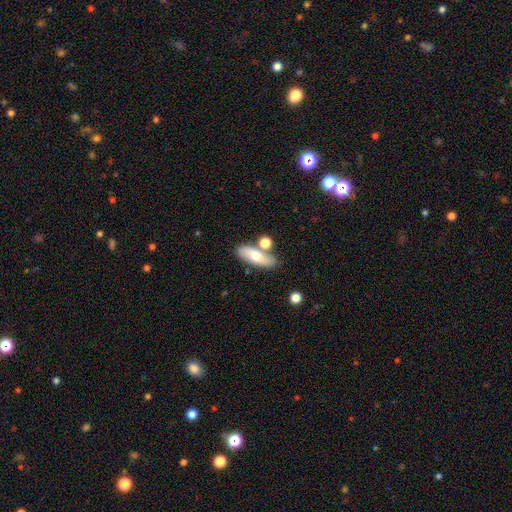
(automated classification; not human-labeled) Smooth or featured: smooth — 61% (featured or disk — 32%)
How rounded: in between — 68% (cigar-shaped — 27%)
Merging: none — 68% (merger — 15%)